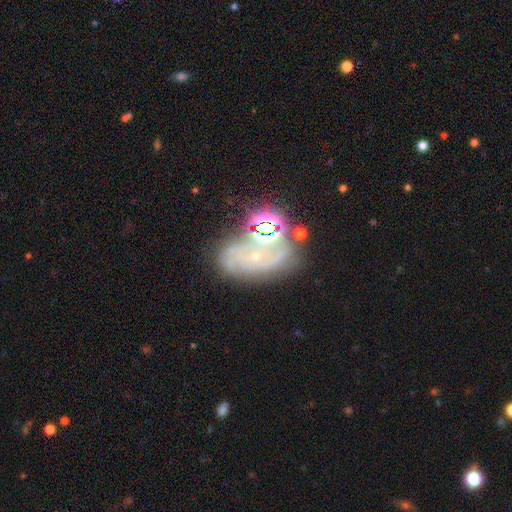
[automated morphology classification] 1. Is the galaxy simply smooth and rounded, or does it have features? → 55% featured or disk, 29% star or artifact, 15% smooth.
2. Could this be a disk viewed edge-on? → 96% no, 4% yes.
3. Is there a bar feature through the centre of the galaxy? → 69% no, 23% weak, 8% strong.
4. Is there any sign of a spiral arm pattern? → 83% yes, 17% no.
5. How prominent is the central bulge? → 77% small, 14% moderate, 5% none, 2% large, 1% dominant.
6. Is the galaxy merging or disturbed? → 54% none, 18% minor disturbance, 14% merger, 14% major disturbance.